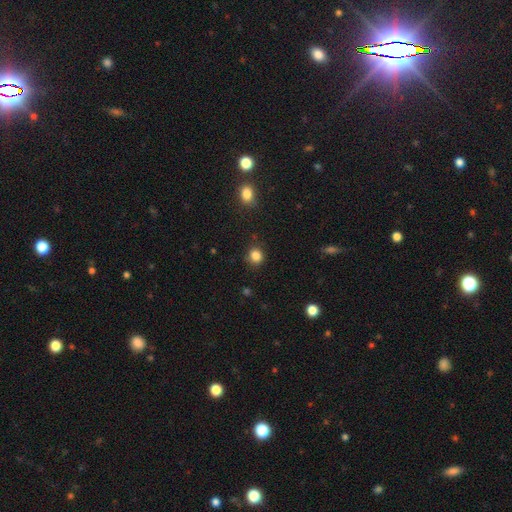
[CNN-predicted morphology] A smooth galaxy with no disk features (85%) that is round (77%). Merging: none (82%).